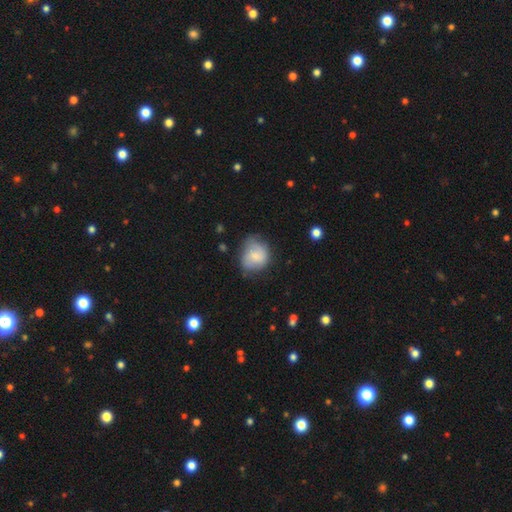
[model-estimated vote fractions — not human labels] Q: Smooth or featured?
A: smooth (71%); runner-up: featured or disk (22%)
Q: How rounded?
A: round (62%); runner-up: in between (37%)
Q: Merging?
A: none (51%); runner-up: minor disturbance (34%)